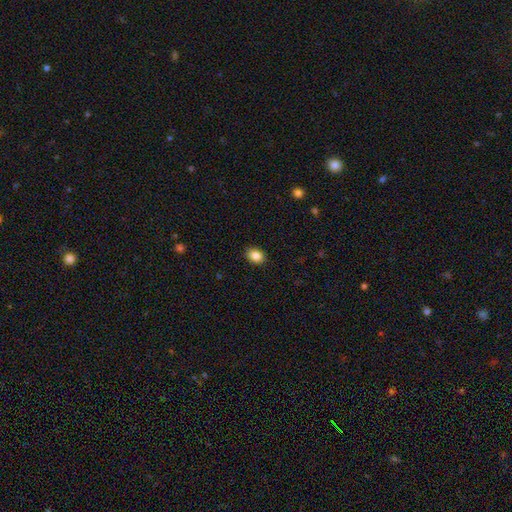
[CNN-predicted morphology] Smooth or featured? Predicted: smooth (p=0.86). How rounded? Predicted: in between (p=0.69). Merging? Predicted: none (p=0.90).